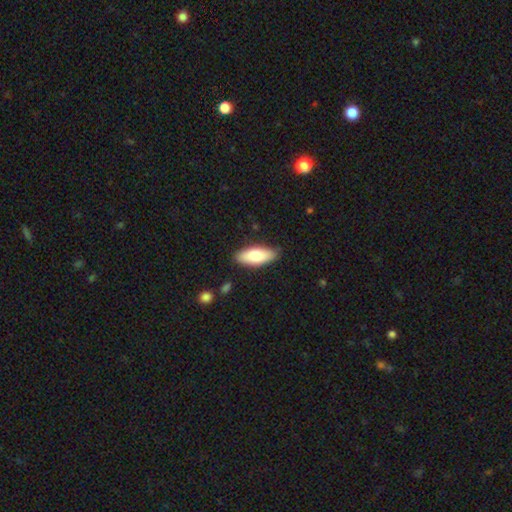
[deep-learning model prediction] Q: Smooth or featured?
A: smooth (80%); runner-up: featured or disk (14%)
Q: How rounded?
A: in between (80%); runner-up: cigar-shaped (18%)
Q: Merging?
A: none (83%); runner-up: minor disturbance (13%)